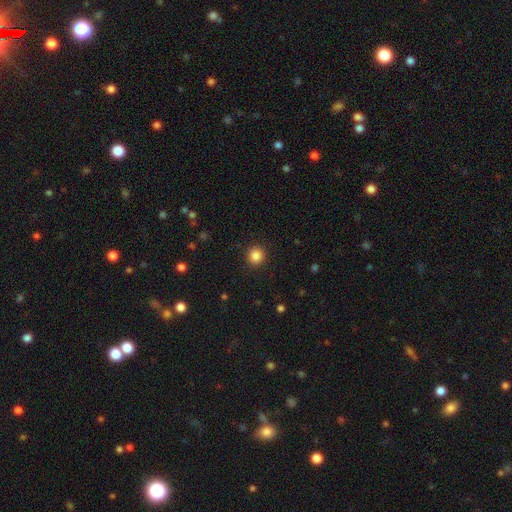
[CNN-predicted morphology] smooth-or-featured: smooth: 86% | star or artifact: 11% | featured or disk: 4%
  how-rounded: round: 93% | in between: 6% | cigar-shaped: 1%
  merging: none: 92% | minor disturbance: 5% | major disturbance: 2% | merger: 1%